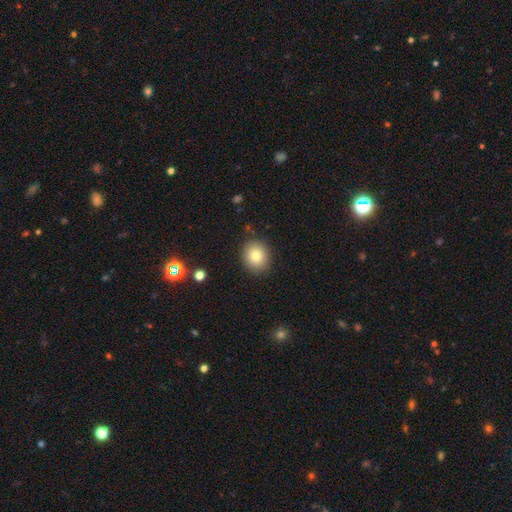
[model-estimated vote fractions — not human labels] This appears to be a smooth galaxy with no disk features (81%) that is round (74%). Merging: none (88%).